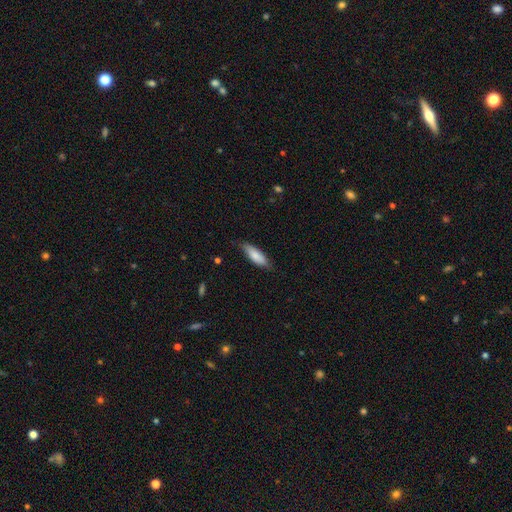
A smooth galaxy with no disk features (84%) that is in between round and cigar-shaped (53%). Merging: none (75%).